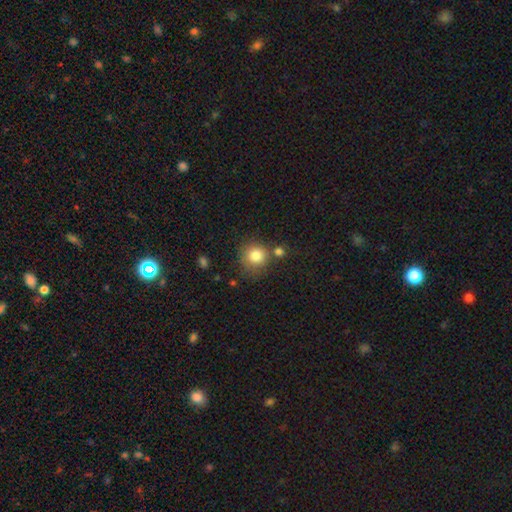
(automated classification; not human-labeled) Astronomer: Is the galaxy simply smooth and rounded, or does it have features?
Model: smooth — 82%.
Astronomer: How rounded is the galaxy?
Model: round — 88%.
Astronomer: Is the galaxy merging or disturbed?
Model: none — 67%.